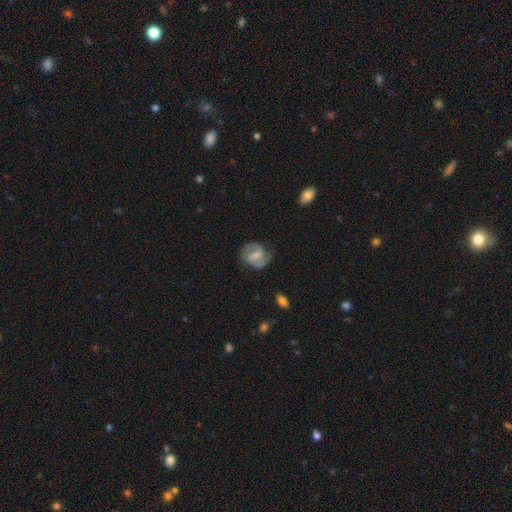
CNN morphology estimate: Smooth or featured? Predicted: featured or disk (p=0.78). Edge-on disk? Predicted: no (p=0.98). Bar? Predicted: weak (p=0.51). Spiral arms? Predicted: yes (p=0.94). Spiral winding? Predicted: medium (p=0.54). Spiral arm count? Predicted: 2 (p=0.89). Bulge size? Predicted: small (p=0.39). Merging? Predicted: none (p=0.76).